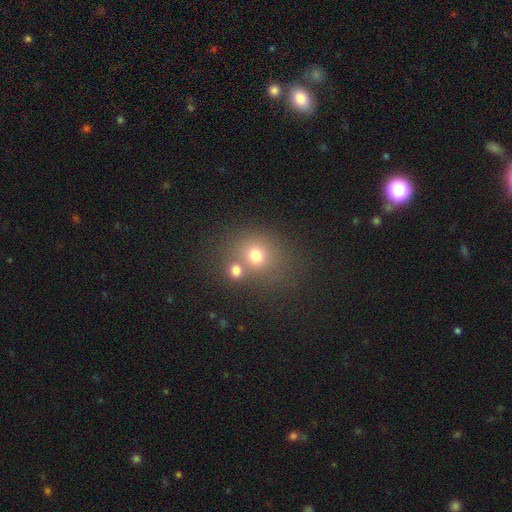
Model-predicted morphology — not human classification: type=smooth (71%); roundness=round (76%); merging=none (54%).